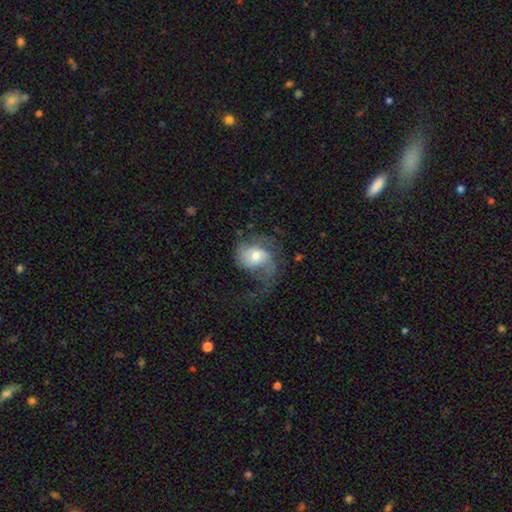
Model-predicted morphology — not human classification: The model was most divided on "merging": major disturbance: 45%, none: 33%, minor disturbance: 19%, merger: 2%. More confident: edge-on disk — no (97%); spiral arms — yes (82%); bar — no (65%); bulge size — moderate (63%); smooth or featured — featured or disk (60%).